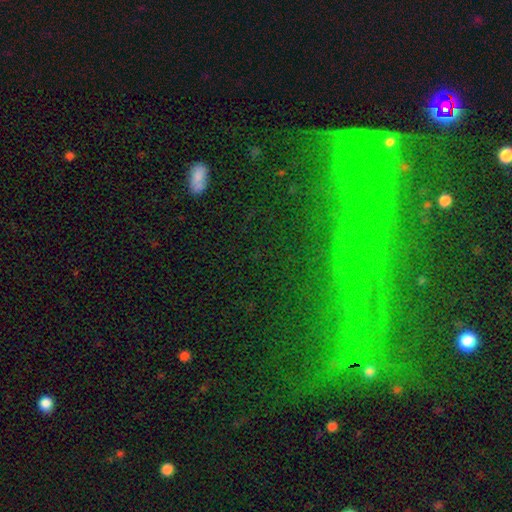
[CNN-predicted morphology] type=star or artifact (48%).